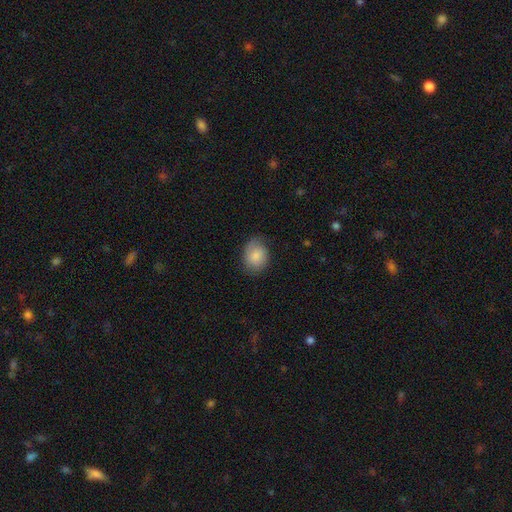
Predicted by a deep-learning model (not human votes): Smooth or featured? Predicted: smooth (p=0.81). How rounded? Predicted: in between (p=0.58). Merging? Predicted: none (p=0.72).